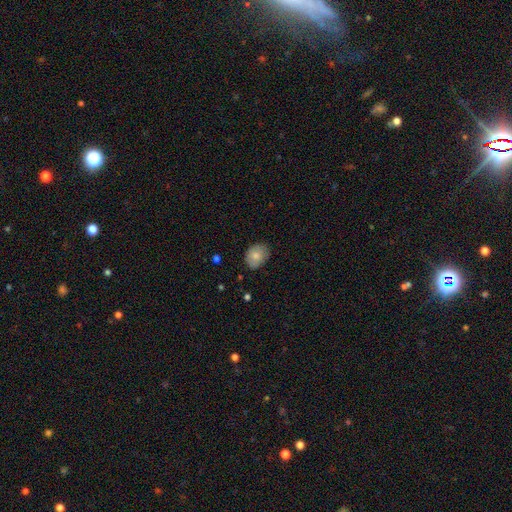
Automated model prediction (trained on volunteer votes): Smooth or featured?
  - smooth: 76% *
  - featured or disk: 16%
  - star or artifact: 7%
How rounded?
  - in between: 64% *
  - round: 35%
  - cigar-shaped: 1%
Merging?
  - none: 75% *
  - minor disturbance: 20%
  - major disturbance: 3%
  - merger: 1%